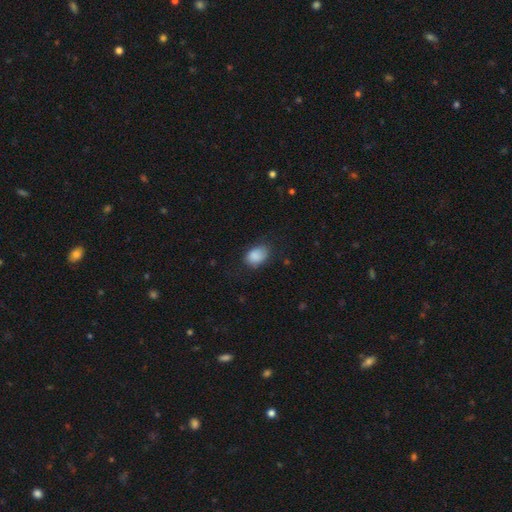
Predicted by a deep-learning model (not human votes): Smooth or featured? smooth (87%)
How rounded? in between (76%)
Merging? none (71%)